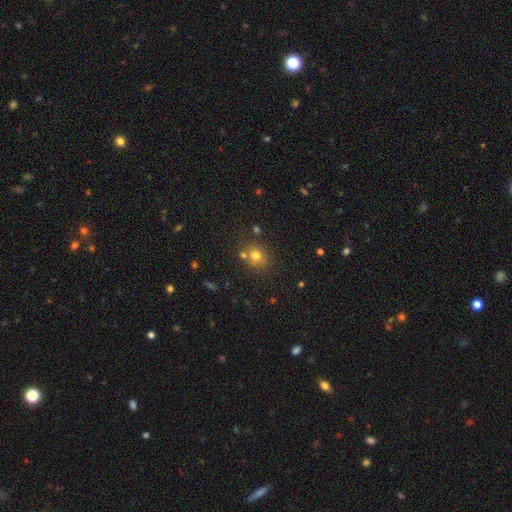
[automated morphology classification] The model was most divided on "merging": none: 67%, merger: 17%, minor disturbance: 12%, major disturbance: 4%. More confident: how rounded — round (75%); smooth or featured — smooth (71%).